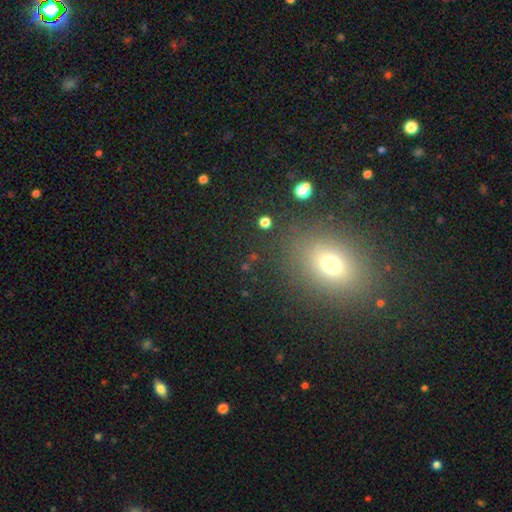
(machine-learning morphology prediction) Smooth or featured?
  - smooth: 62% *
  - star or artifact: 28%
  - featured or disk: 11%
How rounded?
  - in between: 56% *
  - round: 42%
  - cigar-shaped: 3%
Merging?
  - none: 86% *
  - minor disturbance: 8%
  - major disturbance: 4%
  - merger: 2%